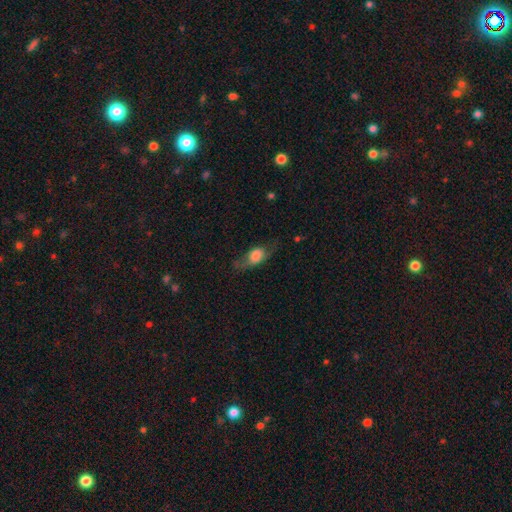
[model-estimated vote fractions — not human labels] Smooth or featured: smooth — 62% (featured or disk — 30%)
How rounded: in between — 73% (round — 14%)
Merging: none — 54% (minor disturbance — 25%)